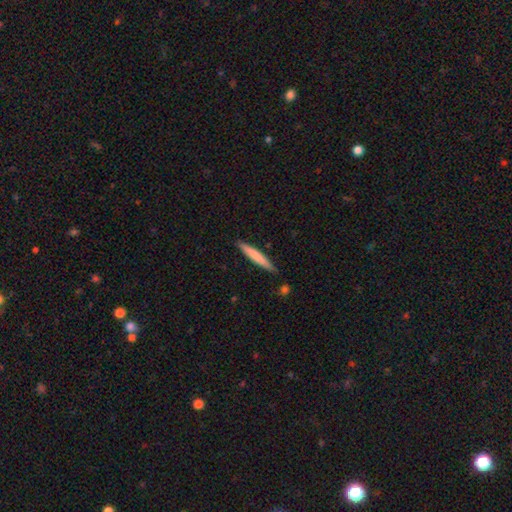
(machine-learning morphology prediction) A smooth galaxy with no disk features (73%) that is cigar-shaped (94%).

Vote fractions:
- Smooth or featured? smooth: 73% / featured or disk: 22% / star or artifact: 5%
- How rounded? cigar-shaped: 94% / in between: 5% / round: 1%
- Merging? none: 86% / minor disturbance: 10% / merger: 2% / major disturbance: 2%